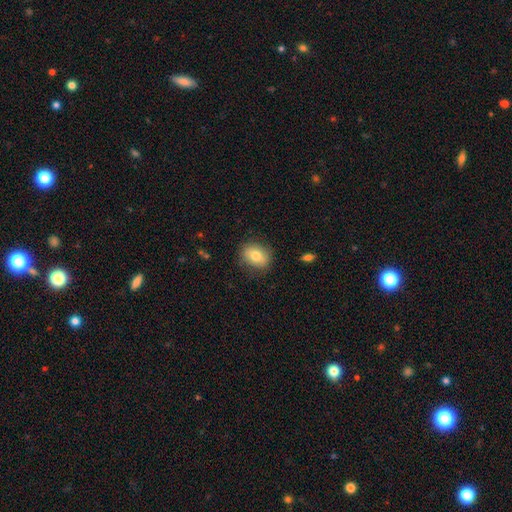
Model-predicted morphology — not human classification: Q: Smooth or featured?
A: smooth (76%); runner-up: featured or disk (15%)
Q: How rounded?
A: in between (59%); runner-up: round (40%)
Q: Merging?
A: none (82%); runner-up: minor disturbance (13%)